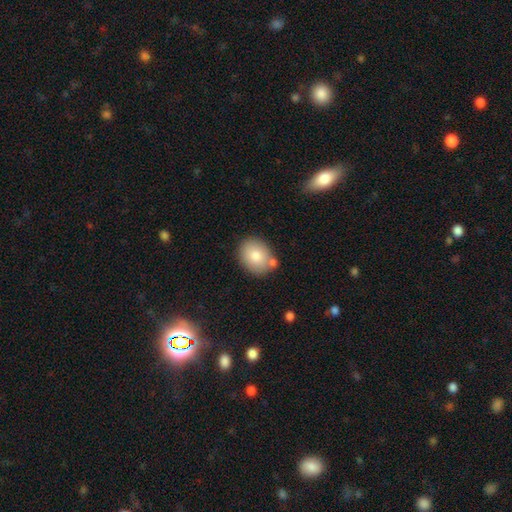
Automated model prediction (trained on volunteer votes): This is clearly a smooth galaxy (80%). How rounded: possibly in between (53%). Merging: likely none (72%).